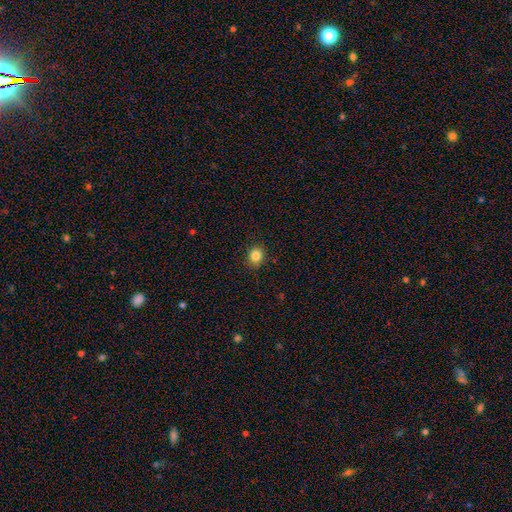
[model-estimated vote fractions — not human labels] smooth 84%, star or artifact 11%, featured or disk 5%. Down the decision tree: how rounded — round (69%); merging — none (89%).